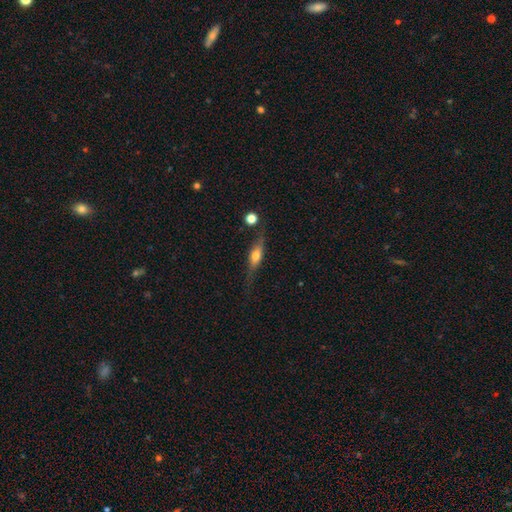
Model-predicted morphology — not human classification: Q: Smooth or featured?
A: featured or disk (51%); runner-up: smooth (41%)
Q: Edge-on disk?
A: yes (87%); runner-up: no (13%)
Q: Merging?
A: none (69%); runner-up: minor disturbance (19%)